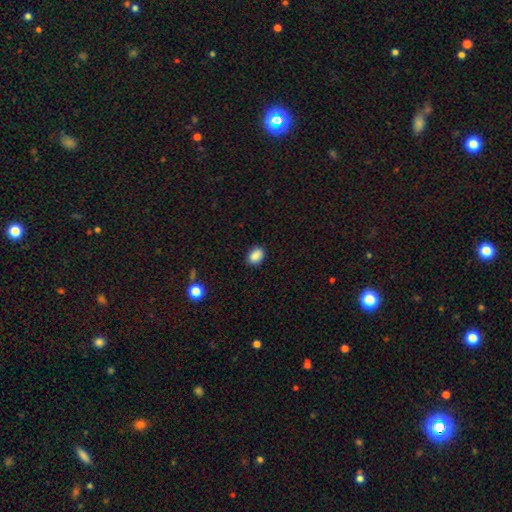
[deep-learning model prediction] A smooth galaxy with no disk features (87%) that is in between round and cigar-shaped (71%).

Vote fractions:
- Smooth or featured? smooth: 87% / star or artifact: 9% / featured or disk: 4%
- How rounded? in between: 71% / round: 28% / cigar-shaped: 1%
- Merging? none: 82% / minor disturbance: 14% / major disturbance: 3% / merger: 2%